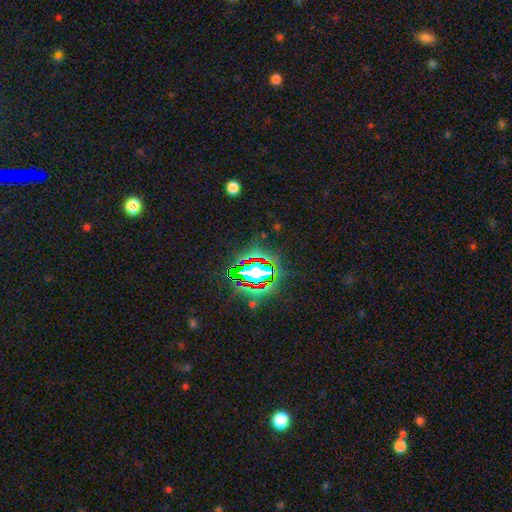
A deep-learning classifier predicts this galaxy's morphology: Smooth or featured? Predicted: star or artifact (p=0.78).